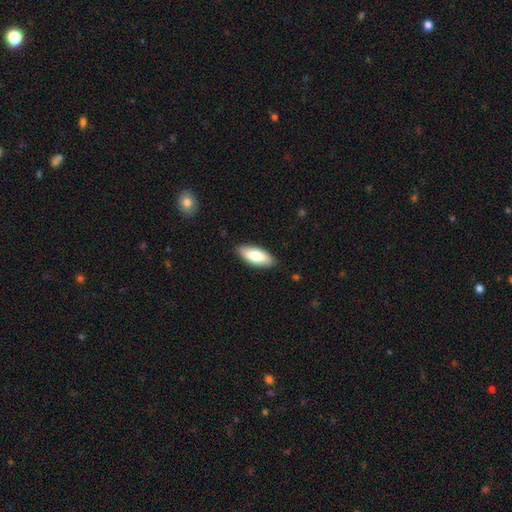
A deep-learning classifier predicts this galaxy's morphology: The model was most divided on "smooth or featured": smooth: 77%, featured or disk: 17%, star or artifact: 5%. More confident: merging — none (87%); how rounded — in between (80%).